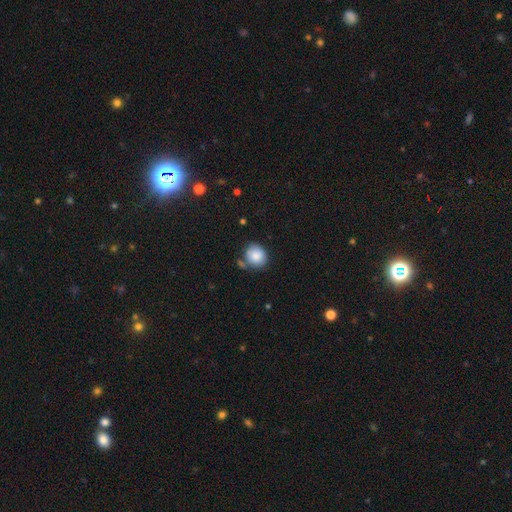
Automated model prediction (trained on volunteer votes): A smooth galaxy with no disk features (84%) that is round (80%).

Vote fractions:
- Smooth or featured? smooth: 84% / star or artifact: 8% / featured or disk: 8%
- How rounded? round: 80% / in between: 19% / cigar-shaped: 1%
- Merging? none: 66% / minor disturbance: 18% / merger: 12% / major disturbance: 5%